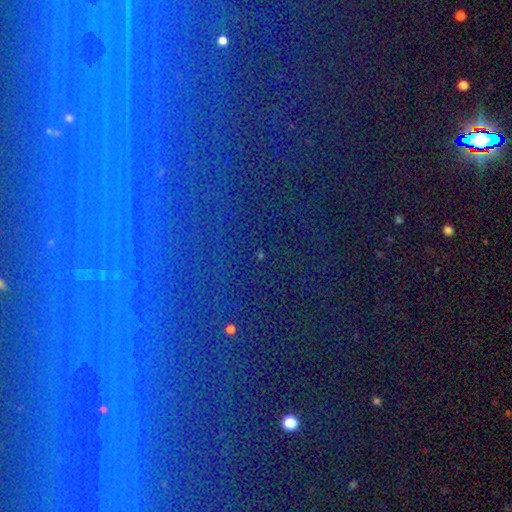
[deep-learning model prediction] Morphology: type=star or artifact (80%).